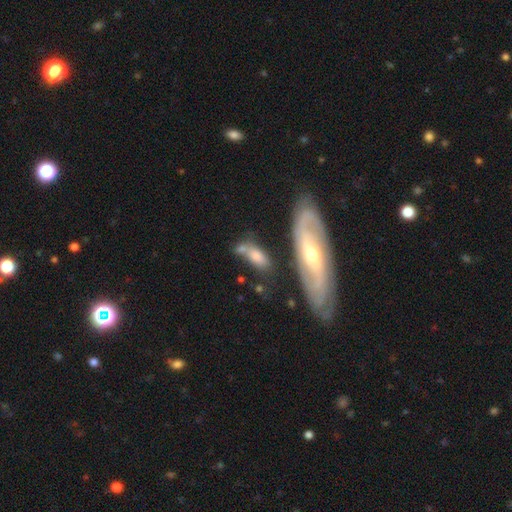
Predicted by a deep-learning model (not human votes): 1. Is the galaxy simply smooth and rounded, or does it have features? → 63% smooth, 29% featured or disk, 8% star or artifact.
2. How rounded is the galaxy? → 73% in between, 22% cigar-shaped, 5% round.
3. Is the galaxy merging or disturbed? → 45% none, 22% minor disturbance, 21% merger, 11% major disturbance.